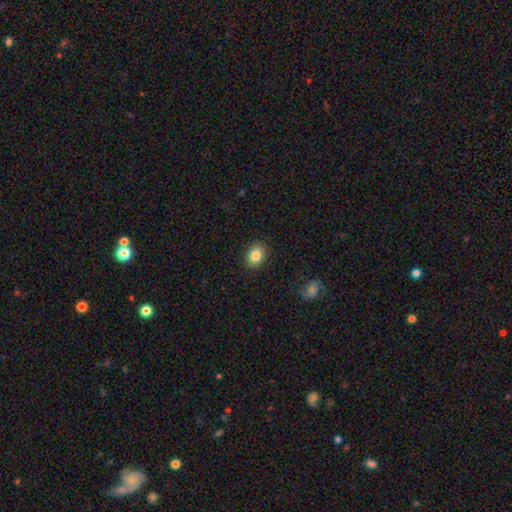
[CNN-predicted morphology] smooth_or_featured: smooth (p=0.85) [alt: star or artifact p=0.09]
how_rounded: in between (p=0.62) [alt: round p=0.37]
merging: none (p=0.88) [alt: minor disturbance p=0.08]